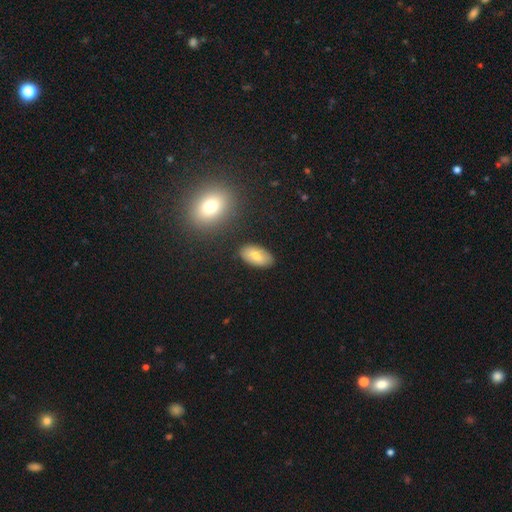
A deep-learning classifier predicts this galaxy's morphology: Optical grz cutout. It shows a smooth galaxy with no disk features (75%) that is in between round and cigar-shaped (94%). Merging: none (83%).